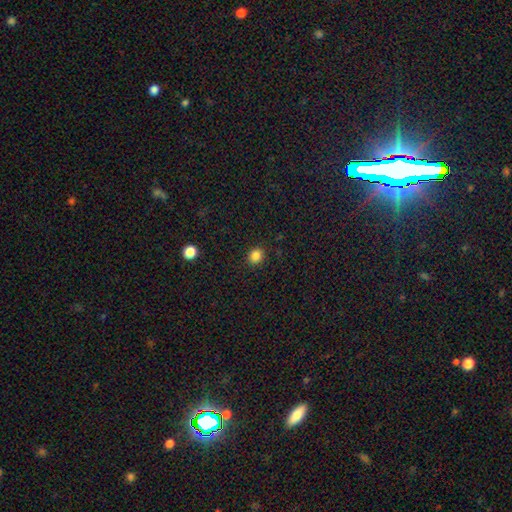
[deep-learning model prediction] Smooth or featured?
  - smooth: 85% *
  - star or artifact: 12%
  - featured or disk: 4%
How rounded?
  - round: 74% *
  - in between: 25%
  - cigar-shaped: 1%
Merging?
  - none: 90% *
  - minor disturbance: 7%
  - major disturbance: 2%
  - merger: 1%